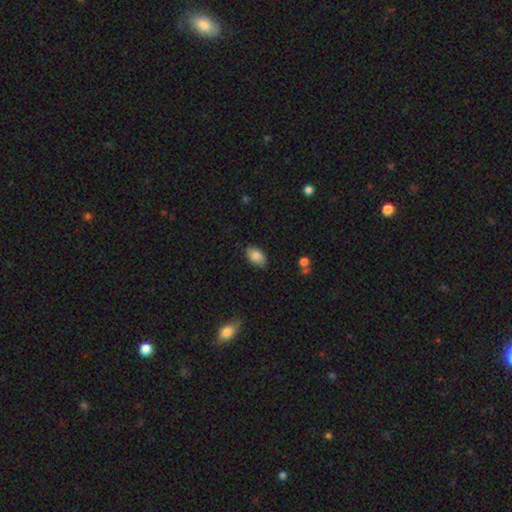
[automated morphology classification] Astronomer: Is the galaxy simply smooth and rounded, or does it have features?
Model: smooth — 84%.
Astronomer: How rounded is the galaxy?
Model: in between — 91%.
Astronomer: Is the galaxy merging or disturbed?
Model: none — 84%.